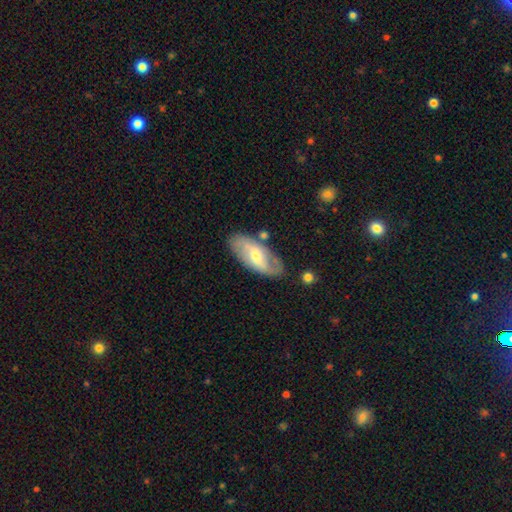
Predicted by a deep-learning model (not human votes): featured or disk 62%, smooth 32%, star or artifact 6%. Down the decision tree: edge-on disk — no (90%); bar — weak (49%); spiral arms — yes (77%); bulge size — moderate (54%); merging — none (77%).